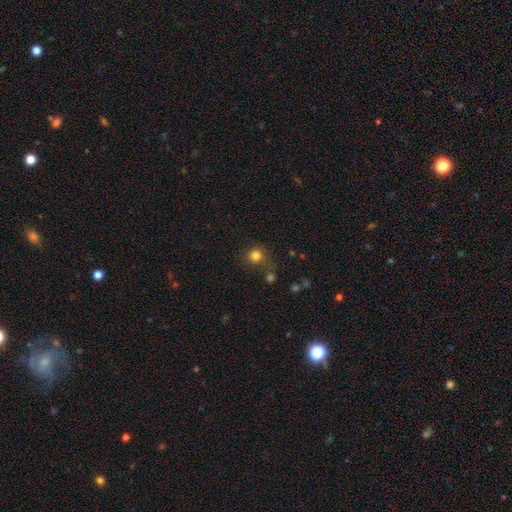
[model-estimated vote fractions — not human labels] smooth-or-featured: smooth: 80% | star or artifact: 14% | featured or disk: 5%
  how-rounded: round: 91% | in between: 8% | cigar-shaped: 1%
  merging: none: 73% | minor disturbance: 13% | merger: 8% | major disturbance: 6%